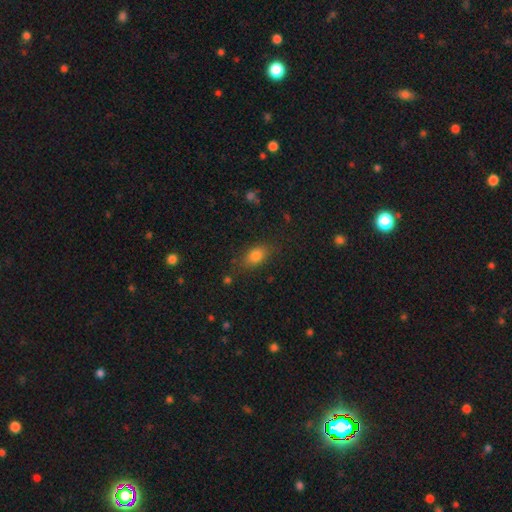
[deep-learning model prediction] The model was most divided on "how rounded": in between: 79%, round: 16%, cigar-shaped: 5%. More confident: smooth or featured — smooth (79%); merging — none (78%).